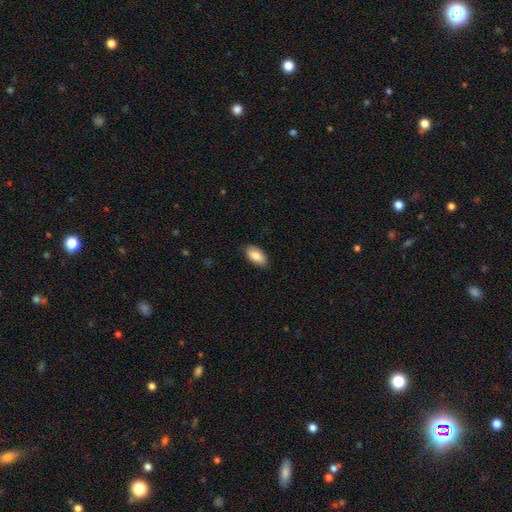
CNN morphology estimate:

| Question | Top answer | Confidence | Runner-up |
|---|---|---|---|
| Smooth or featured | smooth | 82% | featured or disk (12%) |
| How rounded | in between | 93% | cigar-shaped (5%) |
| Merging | none | 84% | minor disturbance (13%) |